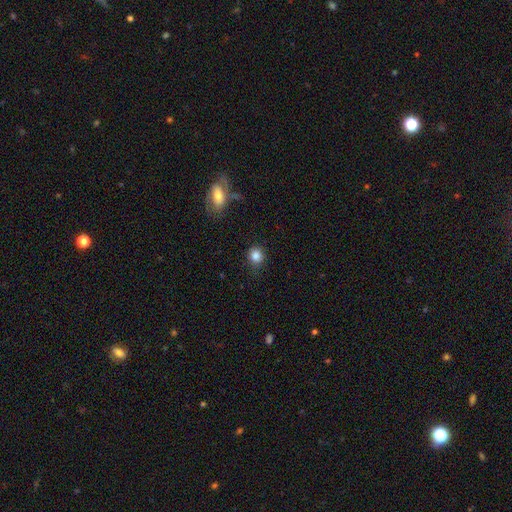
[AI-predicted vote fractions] A smooth galaxy with no disk features (85%) that is round (82%). Merging: none (80%).